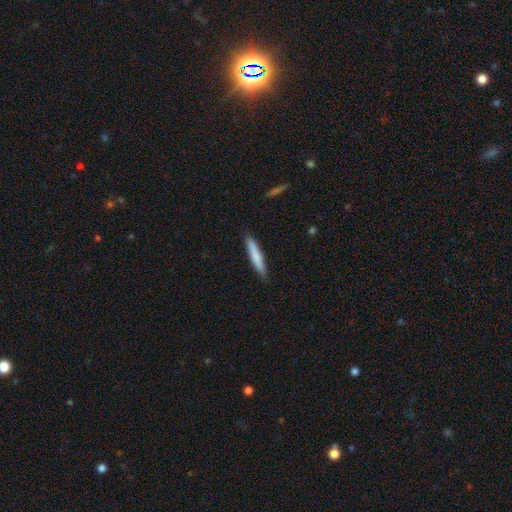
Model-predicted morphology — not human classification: Smooth or featured? smooth (78%)
How rounded? cigar-shaped (91%)
Merging? none (88%)